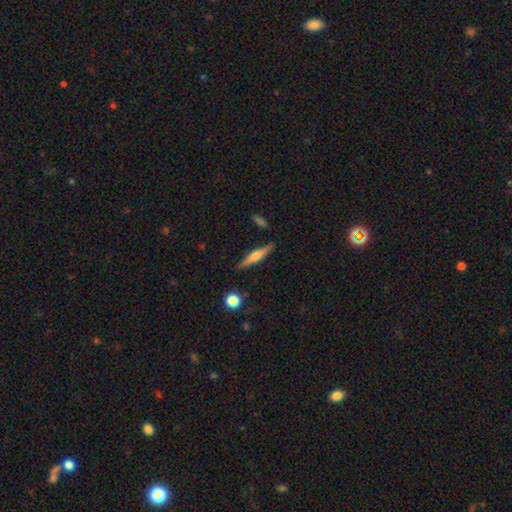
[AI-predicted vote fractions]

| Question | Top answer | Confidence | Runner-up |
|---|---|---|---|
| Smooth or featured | featured or disk | 49% | smooth (45%) |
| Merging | none | 86% | minor disturbance (10%) |